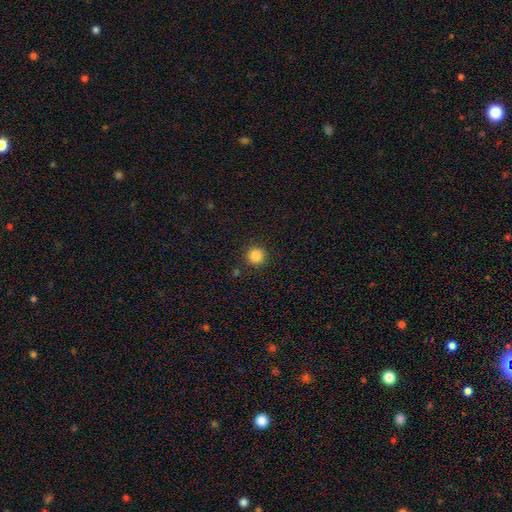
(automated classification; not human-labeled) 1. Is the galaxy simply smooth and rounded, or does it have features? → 86% smooth, 11% star or artifact, 3% featured or disk.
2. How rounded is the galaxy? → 95% round, 4% in between, 1% cigar-shaped.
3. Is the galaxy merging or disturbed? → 90% none, 6% minor disturbance, 2% major disturbance, 2% merger.